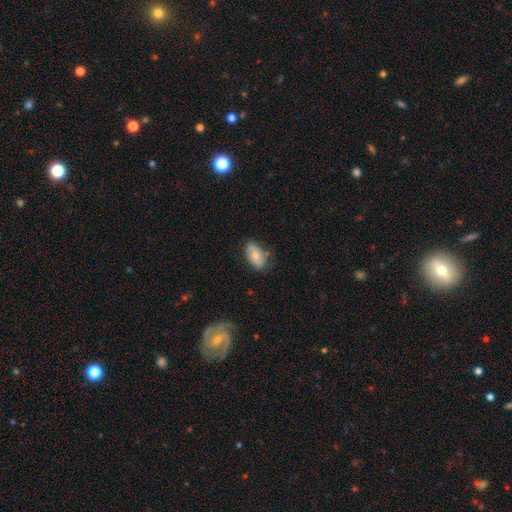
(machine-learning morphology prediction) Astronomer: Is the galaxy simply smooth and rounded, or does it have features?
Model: smooth — 69%.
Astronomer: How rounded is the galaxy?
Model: in between — 92%.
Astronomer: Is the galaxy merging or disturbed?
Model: none — 69%.